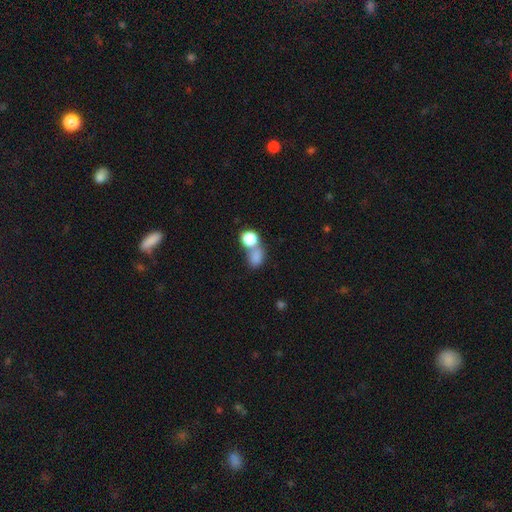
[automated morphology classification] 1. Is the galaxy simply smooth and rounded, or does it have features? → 80% smooth, 12% star or artifact, 9% featured or disk.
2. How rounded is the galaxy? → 52% in between, 46% round, 2% cigar-shaped.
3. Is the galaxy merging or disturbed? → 52% merger, 32% none, 9% minor disturbance, 7% major disturbance.